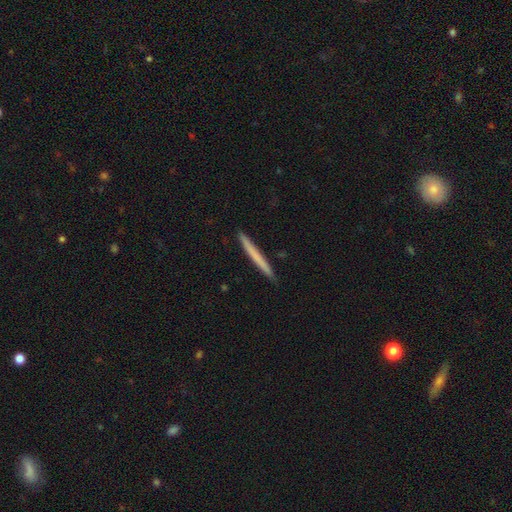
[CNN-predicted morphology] smooth-or-featured: smooth: 62% | featured or disk: 33% | star or artifact: 5%
  how-rounded: cigar-shaped: 97% | in between: 1% | round: 1%
  merging: none: 93% | minor disturbance: 5% | major disturbance: 1% | merger: 1%